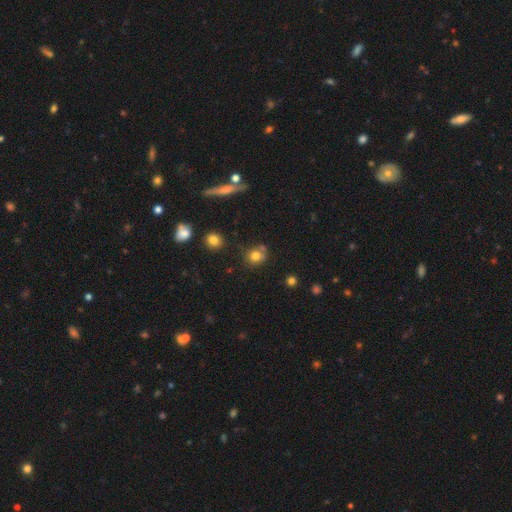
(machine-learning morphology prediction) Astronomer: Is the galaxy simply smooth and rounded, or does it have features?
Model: smooth — 77%.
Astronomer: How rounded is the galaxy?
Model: round — 78%.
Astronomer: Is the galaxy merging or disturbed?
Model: none — 63%.